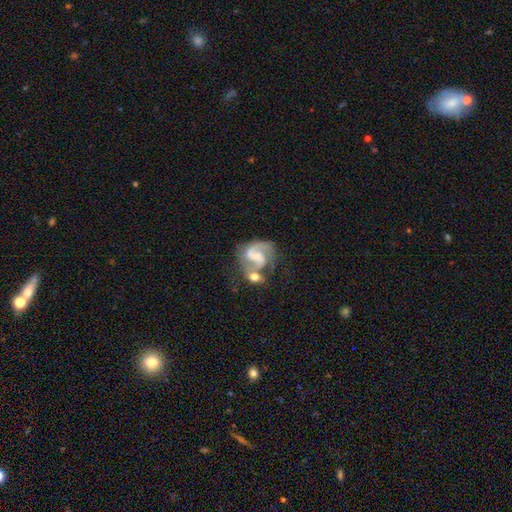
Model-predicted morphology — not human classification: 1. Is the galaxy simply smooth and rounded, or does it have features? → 82% featured or disk, 12% smooth, 6% star or artifact.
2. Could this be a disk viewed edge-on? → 98% no, 2% yes.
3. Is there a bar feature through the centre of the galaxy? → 47% weak, 37% no, 16% strong.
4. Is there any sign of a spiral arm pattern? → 93% yes, 7% no.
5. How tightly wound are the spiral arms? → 54% medium, 24% loose, 22% tight.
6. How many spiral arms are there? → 81% 2, 8% 1, 6% can't tell, 3% 3, 1% 4, 1% more than 4.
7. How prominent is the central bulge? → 50% small, 27% moderate, 19% none, 3% large, 1% dominant.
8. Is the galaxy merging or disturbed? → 40% merger, 30% none, 15% minor disturbance, 15% major disturbance.